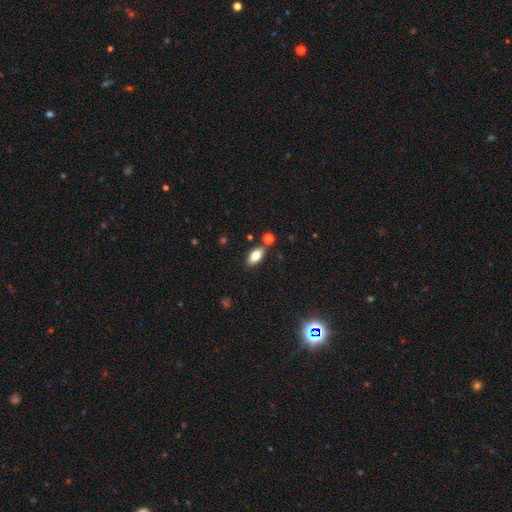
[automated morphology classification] A smooth galaxy with no disk features (76%) that is in between round and cigar-shaped (88%).

Vote fractions:
- Smooth or featured? smooth: 76% / featured or disk: 16% / star or artifact: 8%
- How rounded? in between: 88% / cigar-shaped: 8% / round: 4%
- Merging? none: 80% / minor disturbance: 10% / merger: 7% / major disturbance: 2%